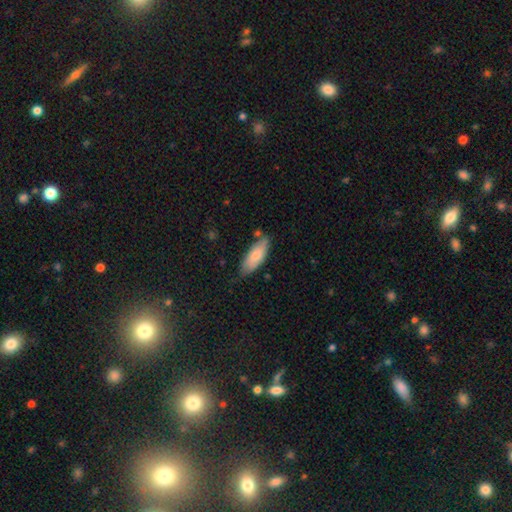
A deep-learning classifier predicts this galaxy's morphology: This appears to be a smooth galaxy with no disk features (74%) that is in between round and cigar-shaped (76%). Merging: none (72%).